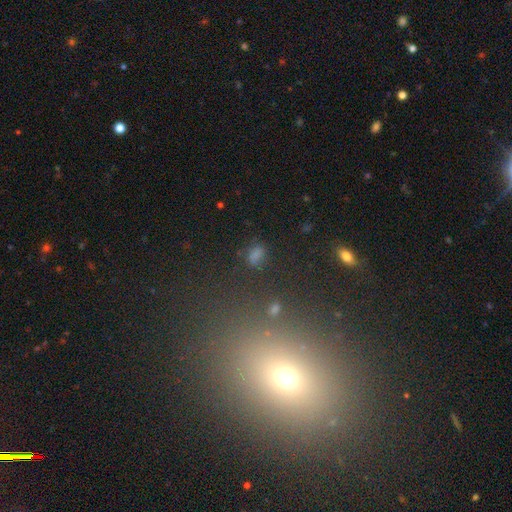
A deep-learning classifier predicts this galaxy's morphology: The model was most divided on "smooth or featured": smooth: 65%, star or artifact: 24%, featured or disk: 10%. More confident: how rounded — in between (77%); merging — none (70%).